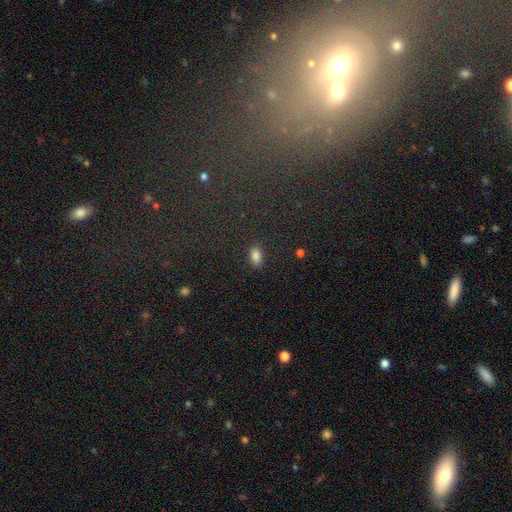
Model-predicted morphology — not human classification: Smooth or featured? Predicted: smooth (p=0.85). How rounded? Predicted: in between (p=0.91). Merging? Predicted: none (p=0.88).